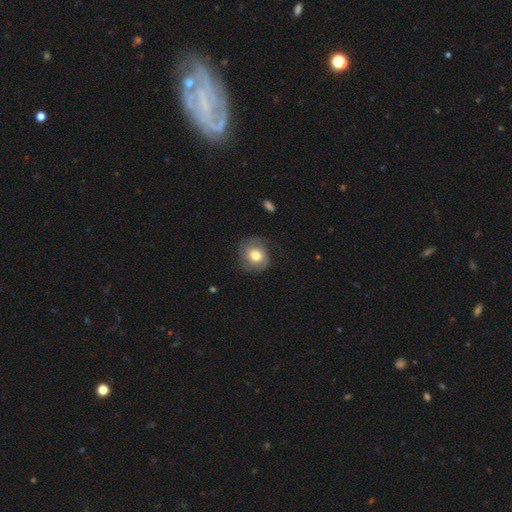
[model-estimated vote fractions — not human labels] smooth_or_featured: smooth (p=0.61) [alt: featured or disk p=0.31]
how_rounded: round (p=0.79) [alt: in between p=0.20]
merging: none (p=0.66) [alt: minor disturbance p=0.21]